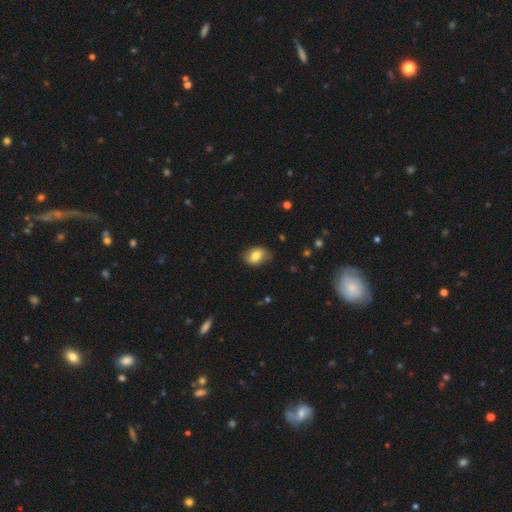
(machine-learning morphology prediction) Smooth or featured? Predicted: smooth (p=0.75). How rounded? Predicted: in between (p=0.79). Merging? Predicted: none (p=0.74).